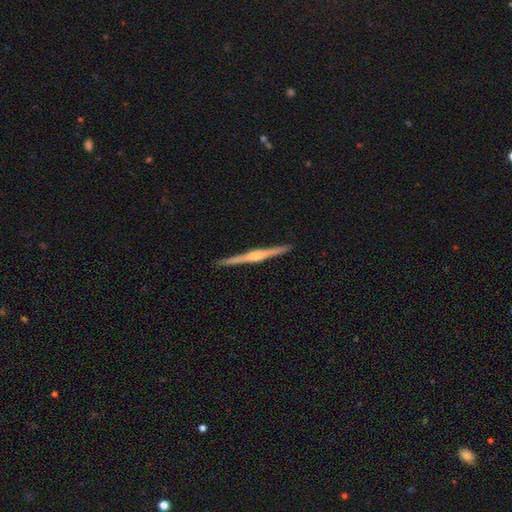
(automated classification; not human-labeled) Overall: featured or disk (82%). Edge-on disk: yes (99%). Edge-on bulge: rounded (73%). Merging: none (93%).